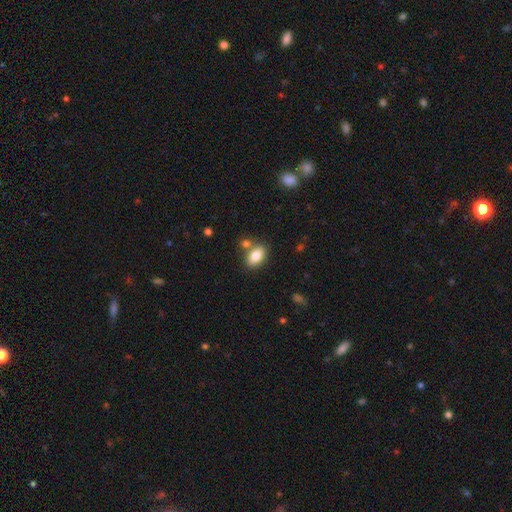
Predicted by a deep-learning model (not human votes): This appears to be a smooth galaxy with no disk features (84%) that is in between round and cigar-shaped (88%). Merging: none (68%).